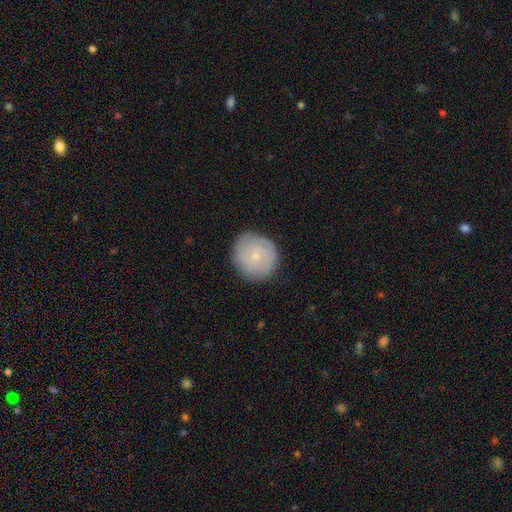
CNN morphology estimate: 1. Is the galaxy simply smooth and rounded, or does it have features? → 55% smooth, 38% featured or disk, 7% star or artifact.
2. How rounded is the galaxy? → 90% round, 9% in between, 1% cigar-shaped.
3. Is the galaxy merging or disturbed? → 85% none, 11% minor disturbance, 3% major disturbance, 1% merger.